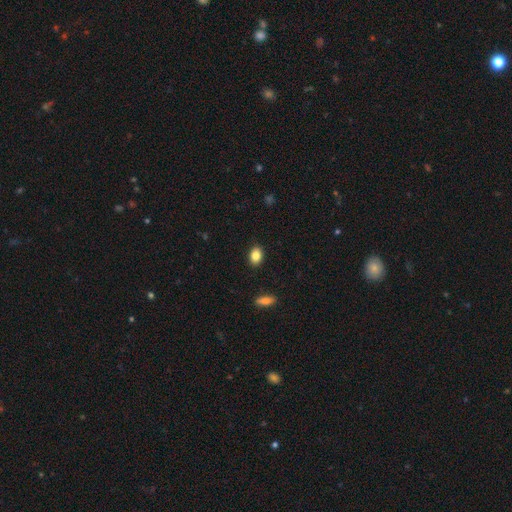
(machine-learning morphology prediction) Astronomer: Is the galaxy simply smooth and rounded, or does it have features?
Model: smooth — 85%.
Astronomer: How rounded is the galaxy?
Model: in between — 74%.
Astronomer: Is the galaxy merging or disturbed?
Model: none — 89%.